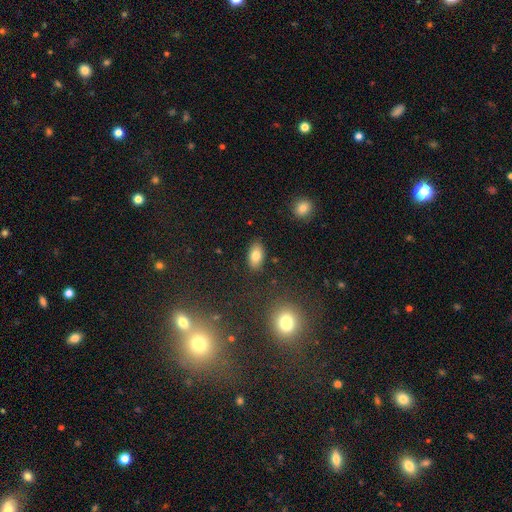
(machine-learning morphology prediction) The model was most divided on "smooth or featured": smooth: 82%, star or artifact: 9%, featured or disk: 9%. More confident: how rounded — in between (92%); merging — none (86%).